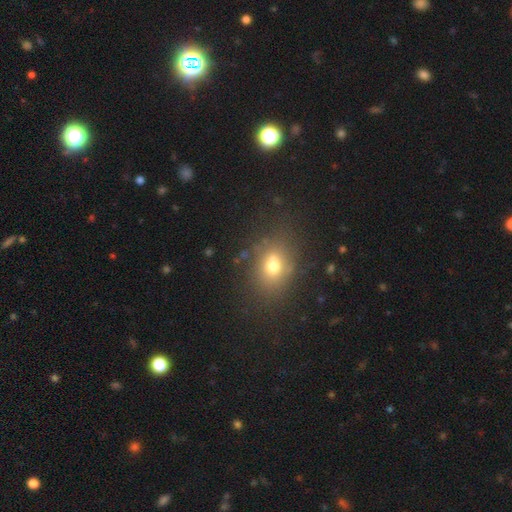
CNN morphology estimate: This appears to be a smooth galaxy with no disk features (62%) that is in between round and cigar-shaped (52%). Merging: none (84%).